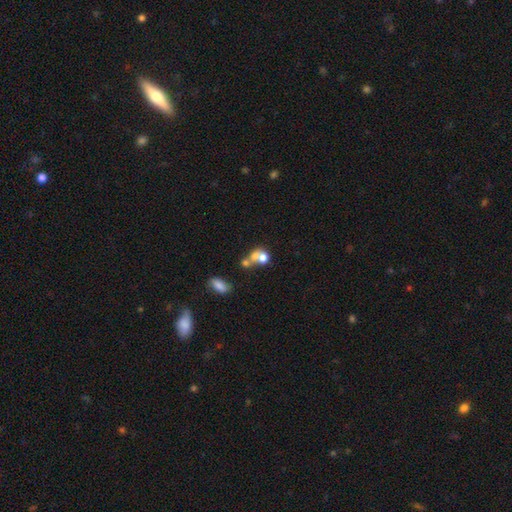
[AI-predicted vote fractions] Smooth or featured: smooth — 66% (featured or disk — 22%)
How rounded: round — 65% (in between — 34%)
Merging: merger — 61% (none — 25%)